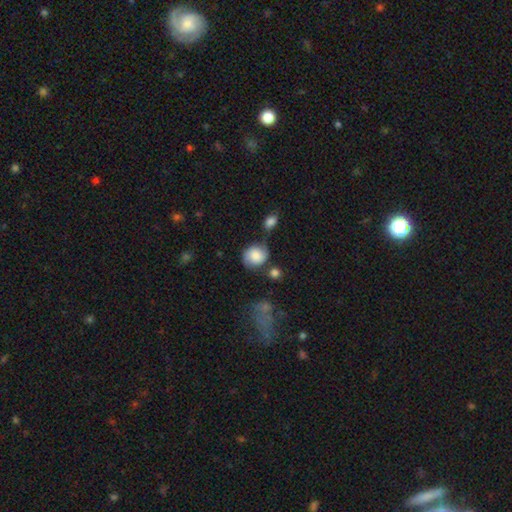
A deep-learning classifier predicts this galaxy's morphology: Smooth or featured? Predicted: smooth (p=0.58). How rounded? Predicted: round (p=0.74). Merging? Predicted: none (p=0.56).